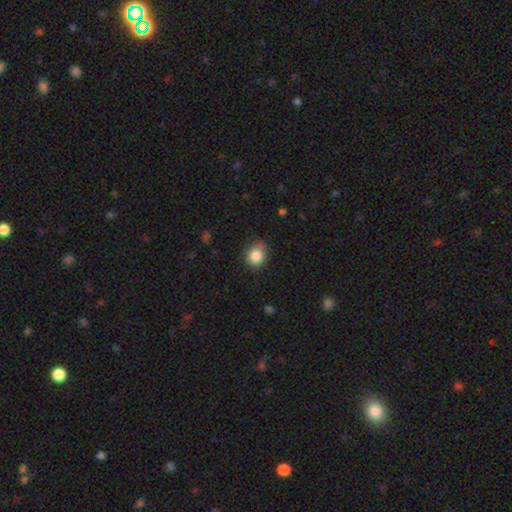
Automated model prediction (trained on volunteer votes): Q: Smooth or featured?
A: smooth (85%); runner-up: star or artifact (10%)
Q: How rounded?
A: round (75%); runner-up: in between (24%)
Q: Merging?
A: none (68%); runner-up: minor disturbance (25%)